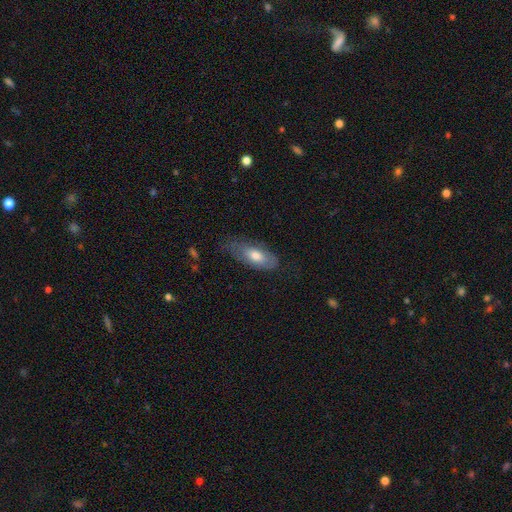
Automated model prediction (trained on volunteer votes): Smooth or featured: smooth — 63% (featured or disk — 31%)
How rounded: in between — 78% (cigar-shaped — 19%)
Merging: none — 57% (minor disturbance — 31%)